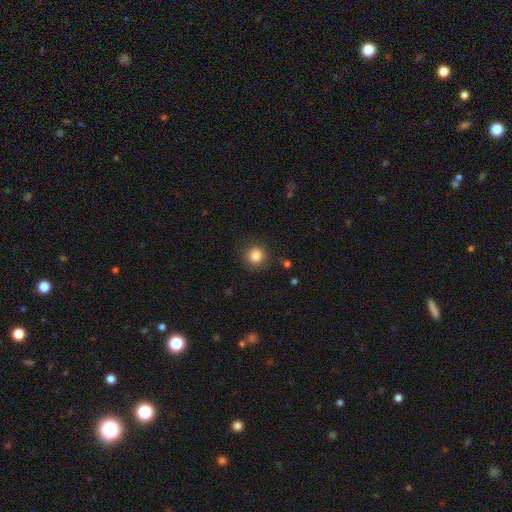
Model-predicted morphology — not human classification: Smooth or featured? Predicted: smooth (p=0.85). How rounded? Predicted: round (p=0.92). Merging? Predicted: none (p=0.86).